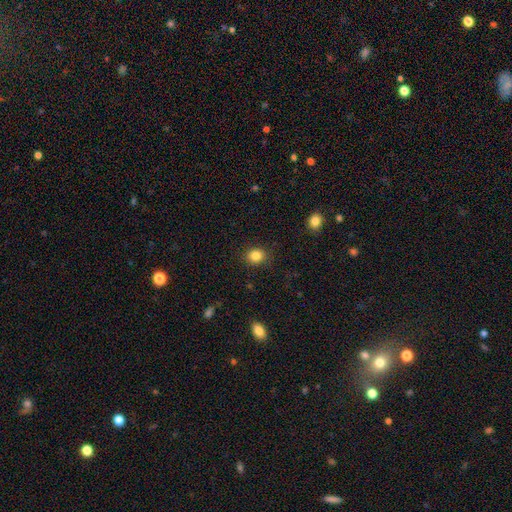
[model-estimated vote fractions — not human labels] Overall: smooth (84%). How rounded: round (69%; in between 30%). Merging: none (87%).